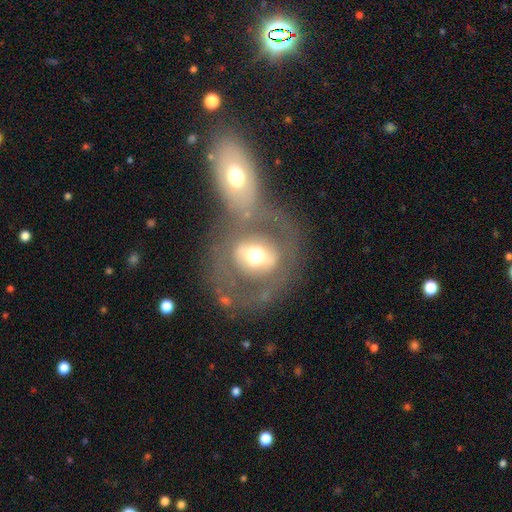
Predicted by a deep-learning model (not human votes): A featured or disk galaxy (54%). Merging: none (42%).